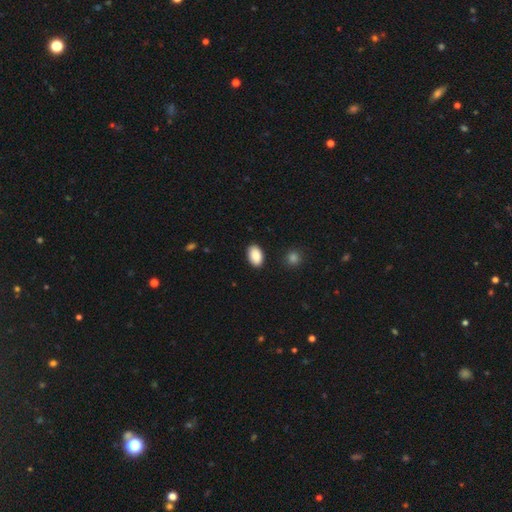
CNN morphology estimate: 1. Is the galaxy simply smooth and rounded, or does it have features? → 89% smooth, 7% star or artifact, 4% featured or disk.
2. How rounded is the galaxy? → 93% in between, 6% round, 1% cigar-shaped.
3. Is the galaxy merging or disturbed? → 88% none, 8% minor disturbance, 2% major disturbance, 1% merger.